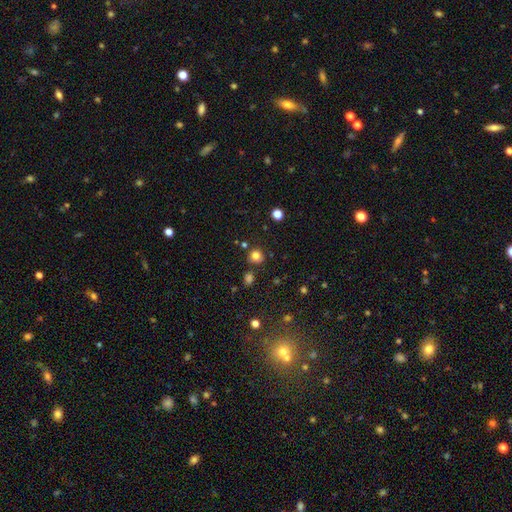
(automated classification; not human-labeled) smooth-or-featured: smooth: 80% | star or artifact: 14% | featured or disk: 6%
  how-rounded: round: 89% | in between: 11% | cigar-shaped: 1%
  merging: none: 81% | minor disturbance: 10% | merger: 6% | major disturbance: 3%